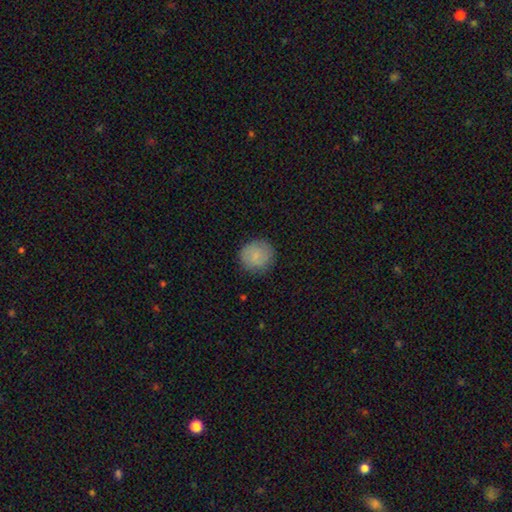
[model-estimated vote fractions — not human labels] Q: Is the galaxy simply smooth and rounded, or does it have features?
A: smooth — 80%.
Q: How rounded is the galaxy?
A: round — 91%.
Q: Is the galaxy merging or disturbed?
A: none — 86%.